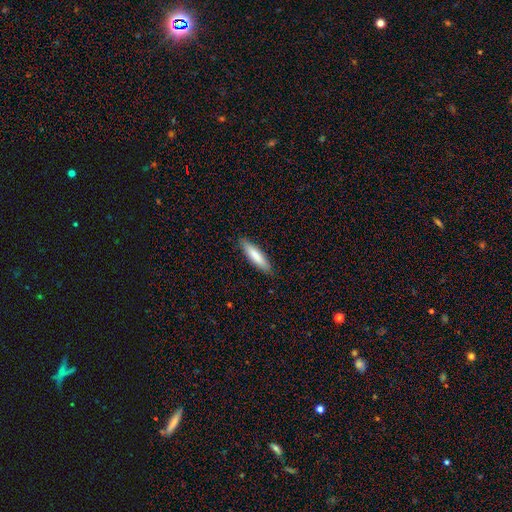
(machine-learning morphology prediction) Smooth or featured?
  - smooth: 80% *
  - featured or disk: 15%
  - star or artifact: 5%
How rounded?
  - cigar-shaped: 74% *
  - in between: 24%
  - round: 1%
Merging?
  - none: 87% *
  - minor disturbance: 10%
  - major disturbance: 2%
  - merger: 1%